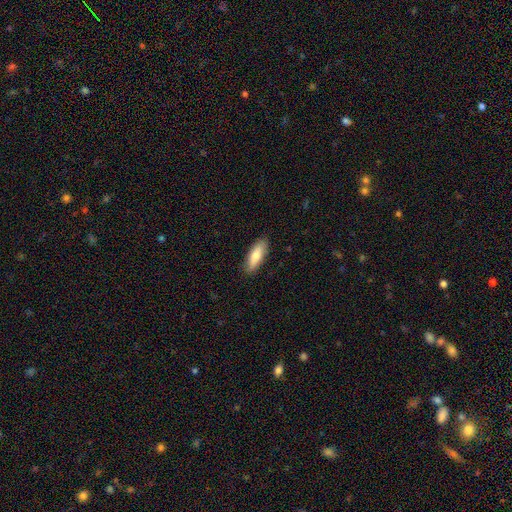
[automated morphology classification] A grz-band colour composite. It shows a smooth galaxy with no disk features (76%) that is in between round and cigar-shaped (56%). Merging: none (87%).